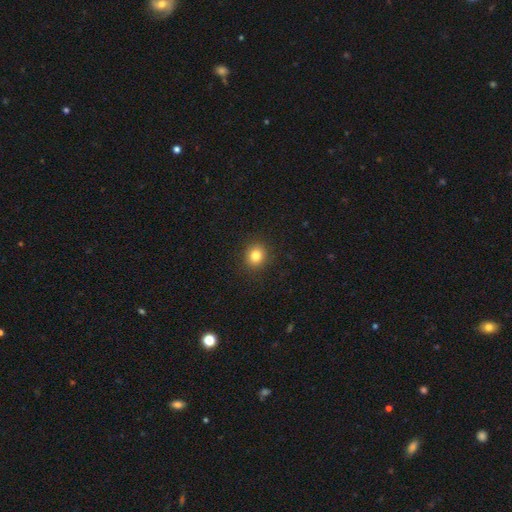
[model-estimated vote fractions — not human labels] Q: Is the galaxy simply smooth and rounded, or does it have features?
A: smooth — 82%.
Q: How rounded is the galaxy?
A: round — 81%.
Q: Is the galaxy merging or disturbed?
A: none — 91%.